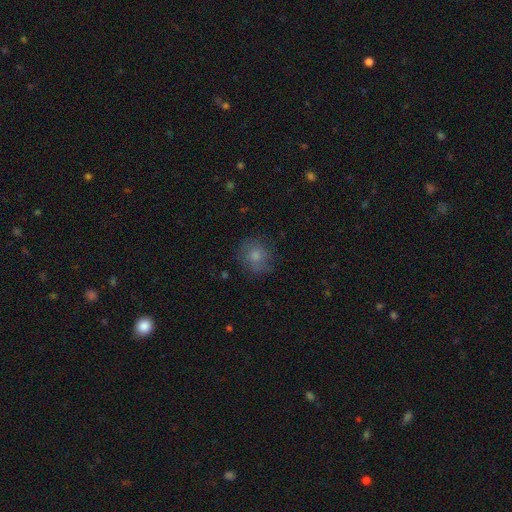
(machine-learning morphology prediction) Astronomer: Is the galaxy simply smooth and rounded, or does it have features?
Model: smooth — 77%.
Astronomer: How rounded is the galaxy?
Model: round — 80%.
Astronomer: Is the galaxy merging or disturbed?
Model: none — 72%.